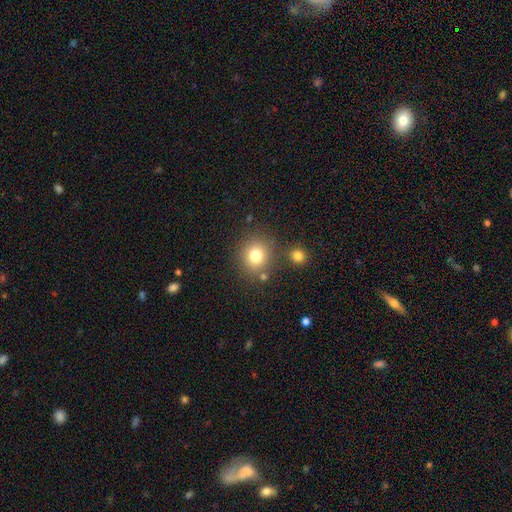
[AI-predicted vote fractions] Smooth or featured?
  - smooth: 78% *
  - star or artifact: 13%
  - featured or disk: 9%
How rounded?
  - round: 86% *
  - in between: 13%
  - cigar-shaped: 1%
Merging?
  - none: 78% *
  - minor disturbance: 9%
  - merger: 9%
  - major disturbance: 4%